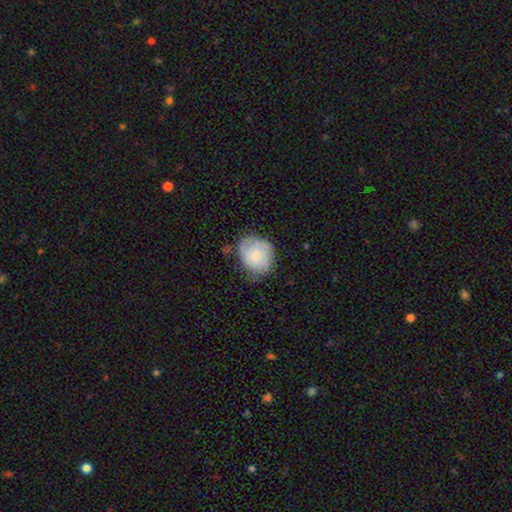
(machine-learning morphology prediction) smooth_or_featured: smooth (p=0.57) [alt: featured or disk p=0.36]
how_rounded: round (p=0.68) [alt: in between p=0.31]
merging: none (p=0.61) [alt: minor disturbance p=0.28]